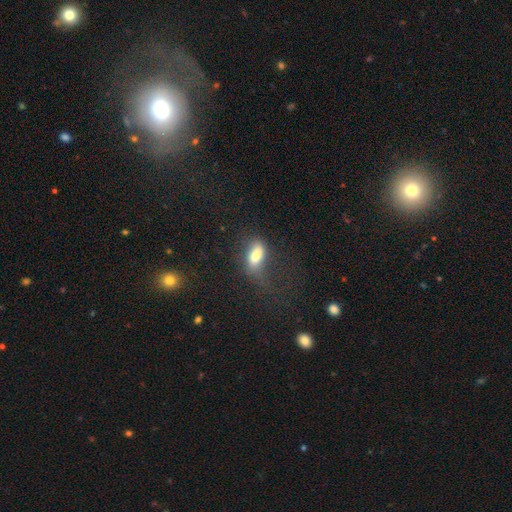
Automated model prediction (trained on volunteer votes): smooth-or-featured: smooth: 76% | featured or disk: 14% | star or artifact: 10%
  how-rounded: in between: 82% | cigar-shaped: 13% | round: 5%
  merging: none: 43% | major disturbance: 28% | minor disturbance: 26% | merger: 3%